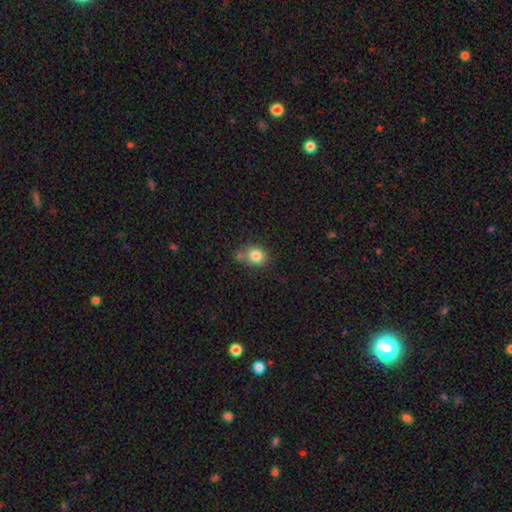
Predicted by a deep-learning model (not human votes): Smooth or featured?
  - smooth: 82% *
  - star or artifact: 10%
  - featured or disk: 8%
How rounded?
  - round: 67% *
  - in between: 32%
  - cigar-shaped: 1%
Merging?
  - none: 61% *
  - merger: 18%
  - minor disturbance: 16%
  - major disturbance: 5%